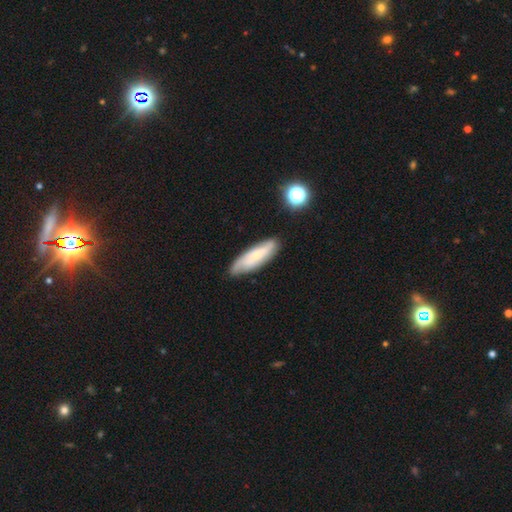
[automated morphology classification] smooth-or-featured: featured or disk: 47% | smooth: 46% | star or artifact: 7%
  merging: none: 77% | minor disturbance: 17% | major disturbance: 3% | merger: 2%